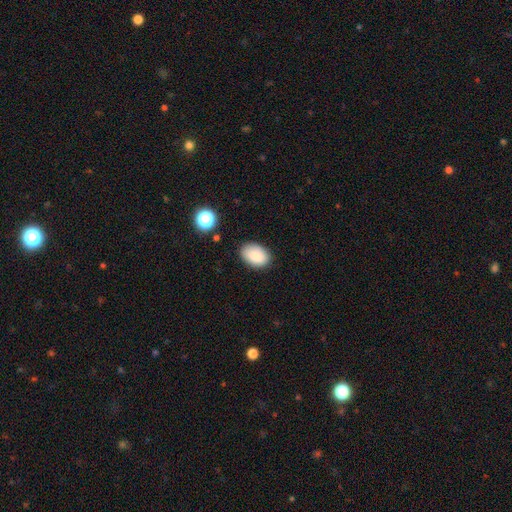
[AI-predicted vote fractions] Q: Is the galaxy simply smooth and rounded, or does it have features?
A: smooth — 87%.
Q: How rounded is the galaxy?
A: in between — 88%.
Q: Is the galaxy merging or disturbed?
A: none — 84%.